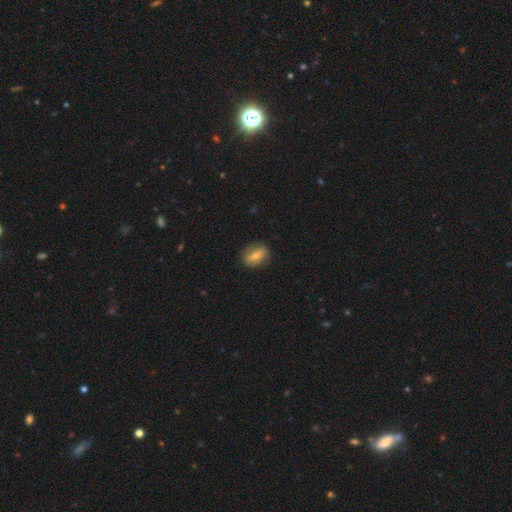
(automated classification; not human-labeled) The model was most divided on "smooth or featured": smooth: 51%, featured or disk: 41%, star or artifact: 8%. More confident: merging — none (80%); how rounded — in between (68%).